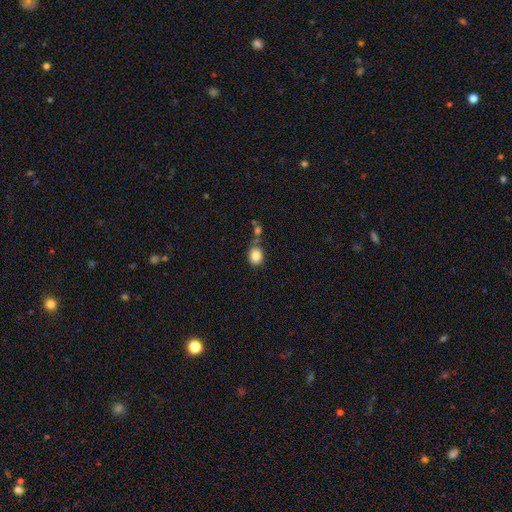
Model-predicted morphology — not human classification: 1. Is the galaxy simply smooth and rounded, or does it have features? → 85% smooth, 9% star or artifact, 6% featured or disk.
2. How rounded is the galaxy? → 66% round, 33% in between, 1% cigar-shaped.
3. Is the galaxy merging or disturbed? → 67% none, 15% minor disturbance, 14% merger, 4% major disturbance.